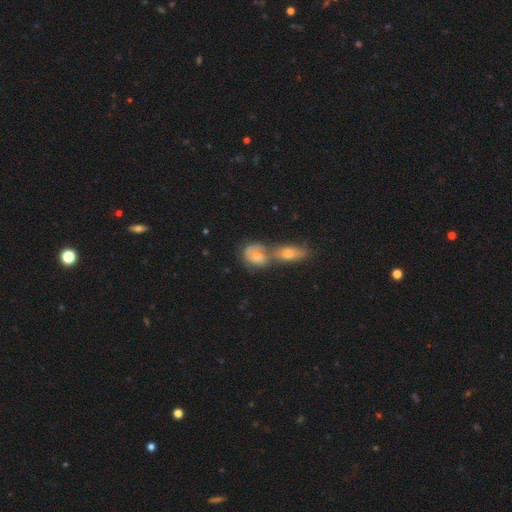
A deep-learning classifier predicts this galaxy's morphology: Q: Smooth or featured?
A: smooth (60%); runner-up: featured or disk (32%)
Q: How rounded?
A: in between (61%); runner-up: round (35%)
Q: Merging?
A: merger (64%); runner-up: none (22%)